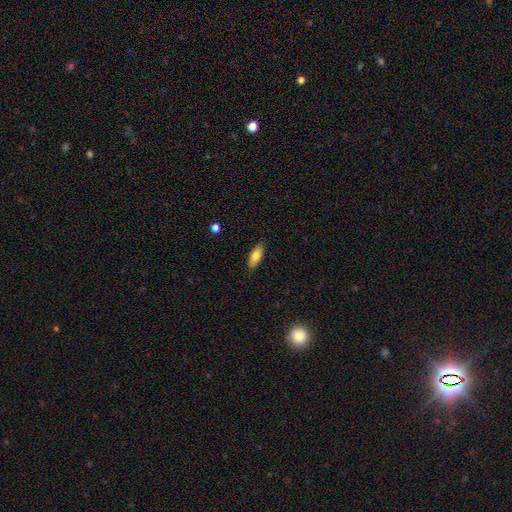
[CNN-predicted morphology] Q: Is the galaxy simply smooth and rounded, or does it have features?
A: smooth — 76%.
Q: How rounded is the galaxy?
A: in between — 71%.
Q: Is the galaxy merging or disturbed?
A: none — 87%.